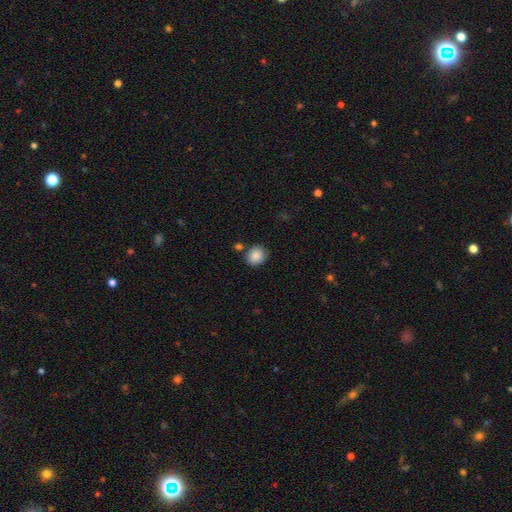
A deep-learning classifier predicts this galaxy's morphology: Smooth or featured? Predicted: smooth (p=0.88). How rounded? Predicted: round (p=0.71). Merging? Predicted: none (p=0.78).